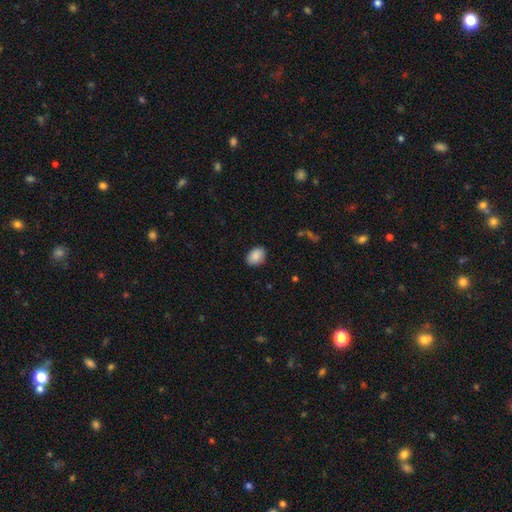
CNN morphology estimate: A smooth galaxy with no disk features (89%) that is in between round and cigar-shaped (77%). Merging: none (86%).